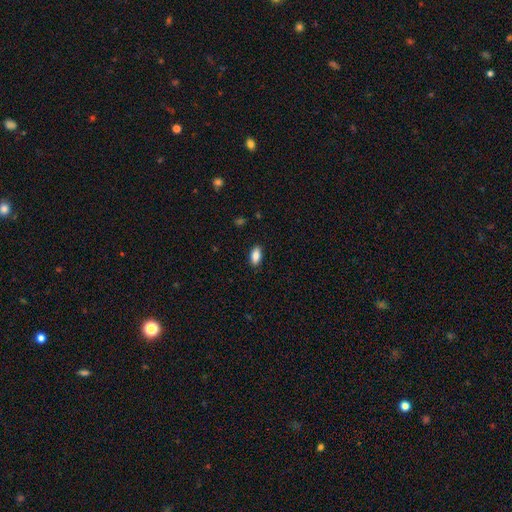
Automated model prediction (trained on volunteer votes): smooth 84%, featured or disk 9%, star or artifact 7%. Down the decision tree: how rounded — in between (89%); merging — none (89%).